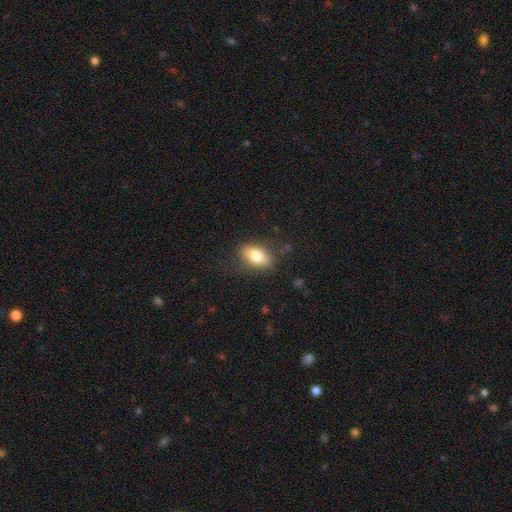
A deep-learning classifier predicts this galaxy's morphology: Smooth or featured?
  - smooth: 78% *
  - featured or disk: 15%
  - star or artifact: 7%
How rounded?
  - in between: 87% *
  - round: 9%
  - cigar-shaped: 4%
Merging?
  - none: 79% *
  - minor disturbance: 15%
  - major disturbance: 5%
  - merger: 1%